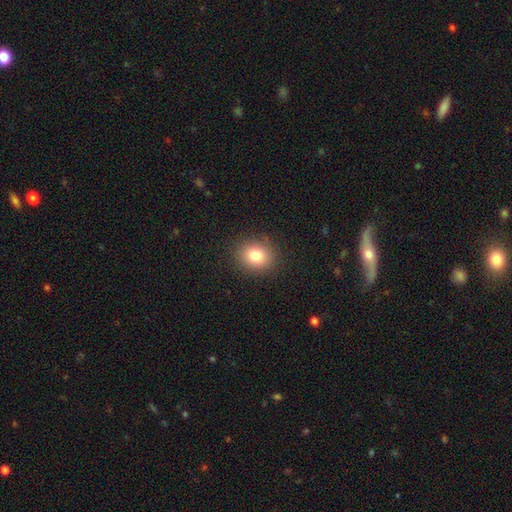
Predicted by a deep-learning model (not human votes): This appears to be a smooth galaxy with no disk features (81%) that is round (71%). Merging: none (88%).